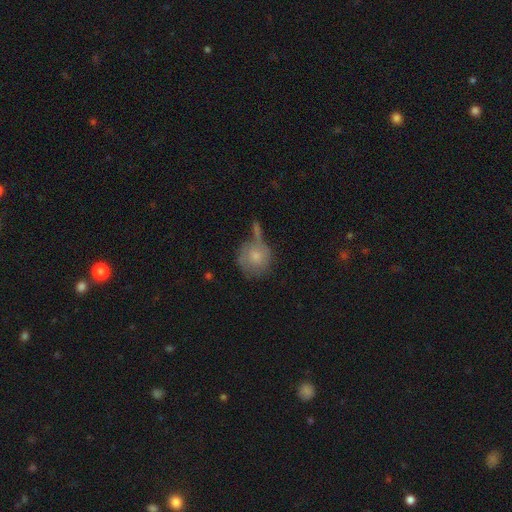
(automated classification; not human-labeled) The model was most divided on "merging": none: 51%, minor disturbance: 19%, merger: 19%, major disturbance: 11%. More confident: how rounded — round (89%); smooth or featured — smooth (70%).